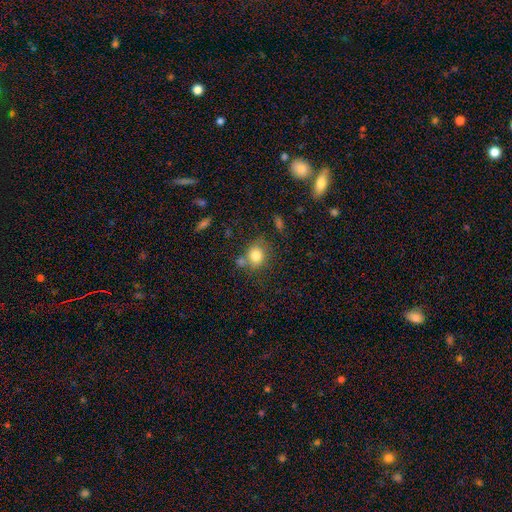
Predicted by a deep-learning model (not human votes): Smooth or featured: smooth — 81% (star or artifact — 10%)
How rounded: round — 69% (in between — 30%)
Merging: none — 61% (minor disturbance — 17%)